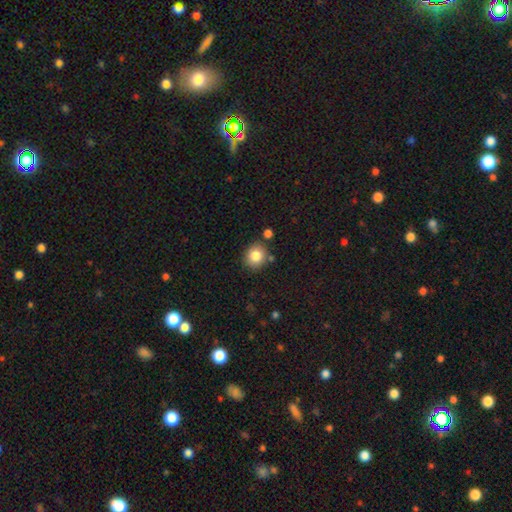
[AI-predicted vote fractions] smooth-or-featured: smooth: 83% | star or artifact: 10% | featured or disk: 7%
  how-rounded: round: 78% | in between: 21% | cigar-shaped: 1%
  merging: none: 80% | minor disturbance: 10% | merger: 7% | major disturbance: 3%